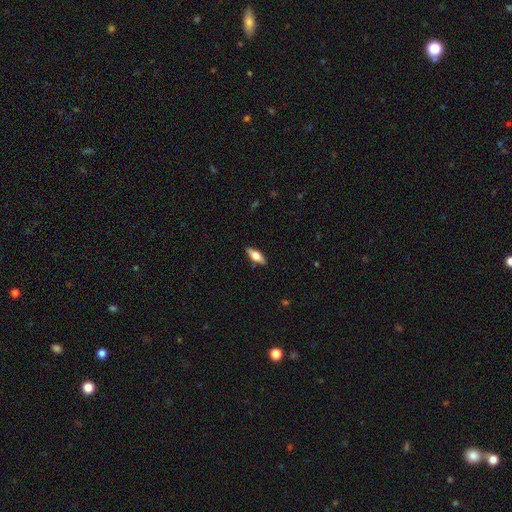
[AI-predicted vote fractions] This is possibly a smooth galaxy (58%). How rounded: likely in between (63%). Merging: clearly none (88%).